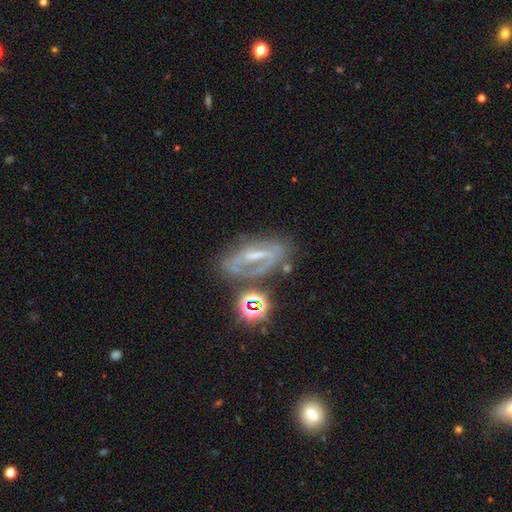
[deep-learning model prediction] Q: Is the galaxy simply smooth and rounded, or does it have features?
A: featured or disk — 68%.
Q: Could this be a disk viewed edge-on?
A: no — 88%.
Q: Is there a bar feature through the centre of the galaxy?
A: strong — 49%.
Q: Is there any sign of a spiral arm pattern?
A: yes — 67%.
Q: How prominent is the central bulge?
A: small — 37%.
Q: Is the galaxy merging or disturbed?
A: none — 54%.